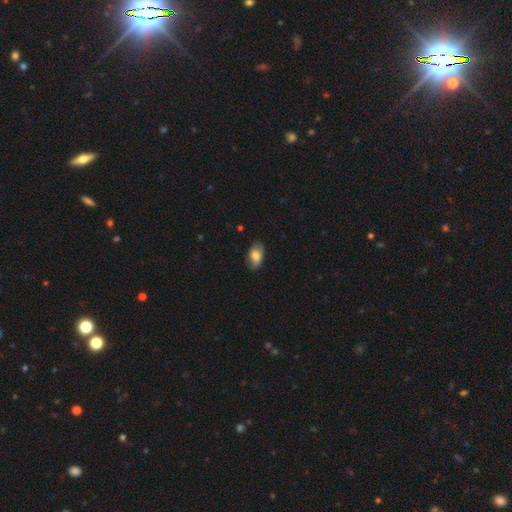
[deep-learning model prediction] Overall: smooth (75%). How rounded: in between (92%). Merging: none (77%).